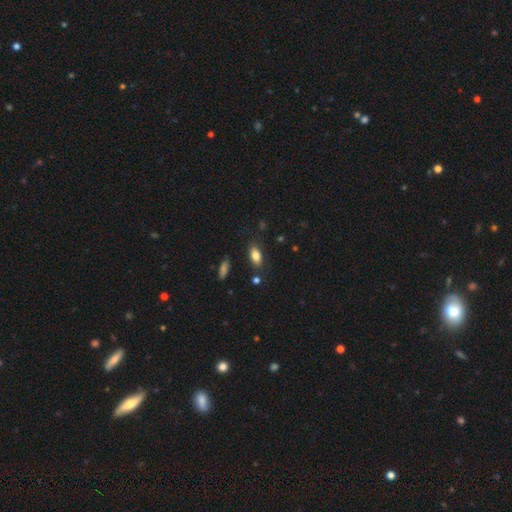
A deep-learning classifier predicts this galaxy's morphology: Smooth or featured? Predicted: smooth (p=0.82). How rounded? Predicted: in between (p=0.87). Merging? Predicted: none (p=0.80).